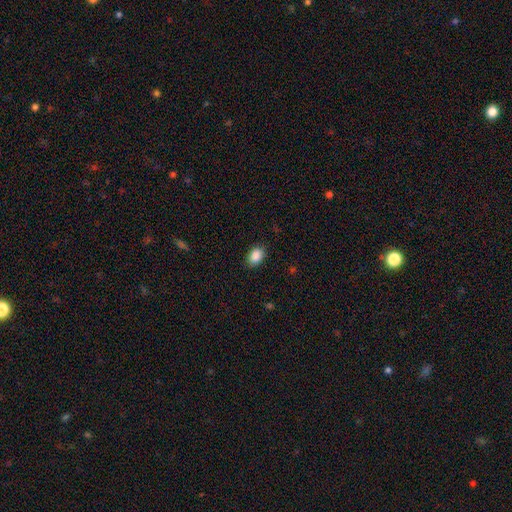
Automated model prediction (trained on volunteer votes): Q: Smooth or featured?
A: smooth (89%); runner-up: star or artifact (8%)
Q: How rounded?
A: in between (80%); runner-up: round (19%)
Q: Merging?
A: none (86%); runner-up: minor disturbance (11%)